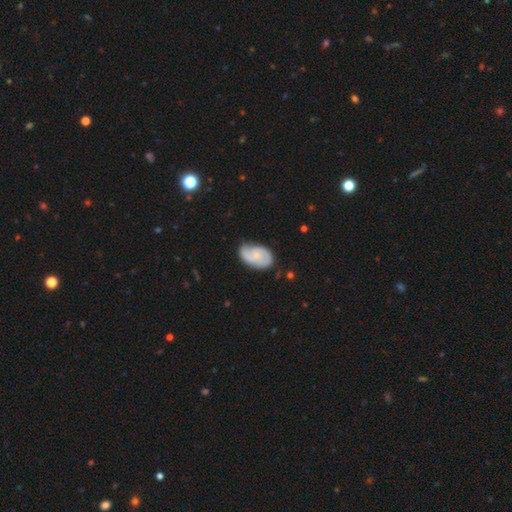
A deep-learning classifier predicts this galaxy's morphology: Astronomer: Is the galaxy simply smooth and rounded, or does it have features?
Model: featured or disk — 60%.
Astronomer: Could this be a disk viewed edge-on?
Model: no — 97%.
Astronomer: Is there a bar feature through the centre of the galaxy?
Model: no — 70%.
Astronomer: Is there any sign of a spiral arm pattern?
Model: yes — 89%.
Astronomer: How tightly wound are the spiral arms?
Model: medium — 41% (runner-up: tight, 37%).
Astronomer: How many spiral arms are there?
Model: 2 — 64%.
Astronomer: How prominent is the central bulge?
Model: small — 64%.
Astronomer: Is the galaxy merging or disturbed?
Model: none — 61%.